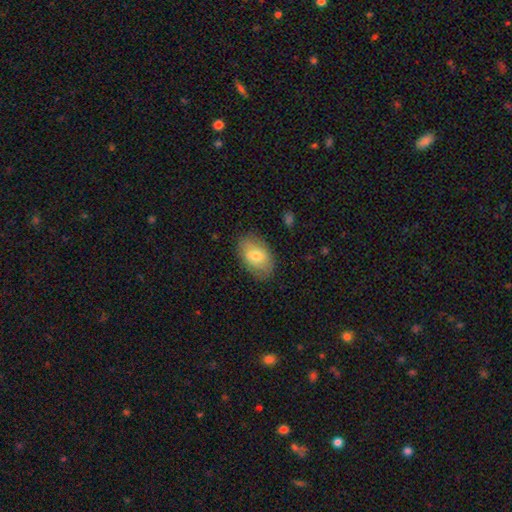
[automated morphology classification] smooth 72%, featured or disk 21%, star or artifact 7%. Down the decision tree: how rounded — in between (88%); merging — none (82%).